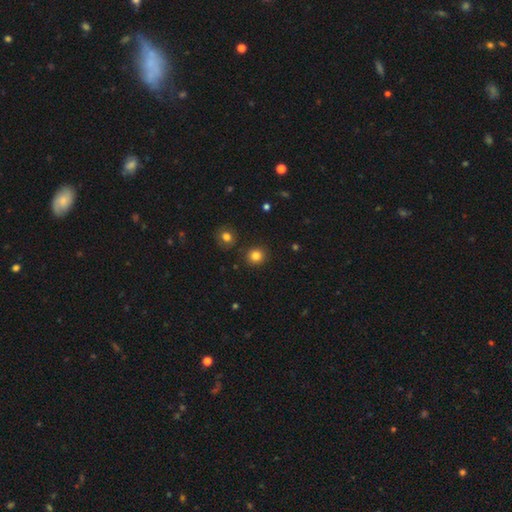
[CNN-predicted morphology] type=smooth (83%); roundness=round (90%); merging=none (90%).